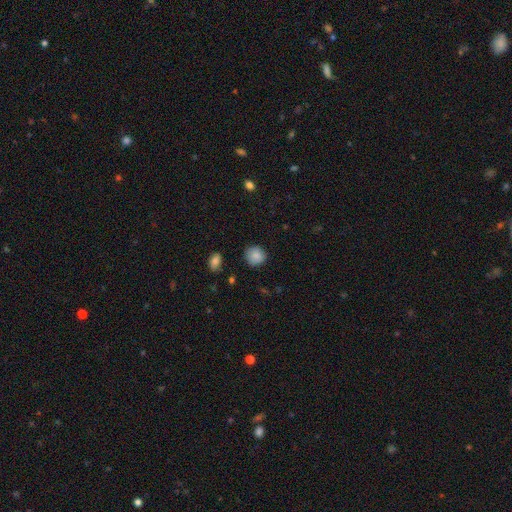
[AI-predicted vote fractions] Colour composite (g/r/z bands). It shows a smooth galaxy with no disk features (86%) that is round (89%). Merging: none (83%).